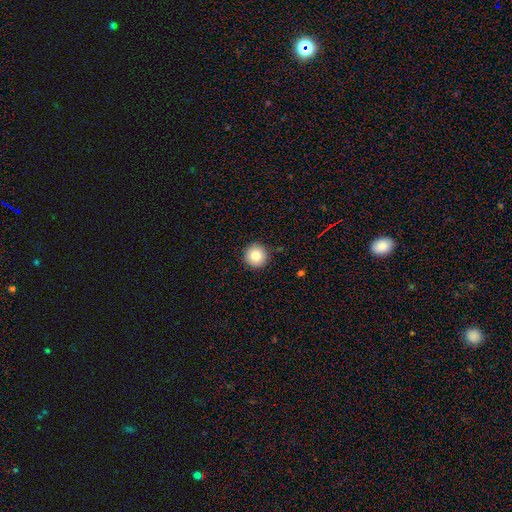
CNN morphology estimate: smooth 83%, star or artifact 9%, featured or disk 8%. Down the decision tree: how rounded — round (96%); merging — none (90%).